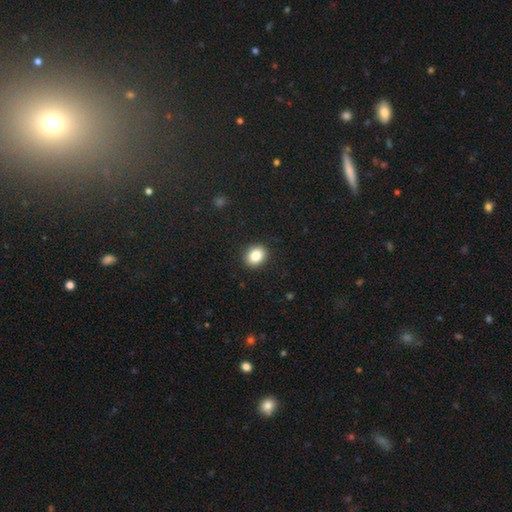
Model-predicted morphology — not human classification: Smooth or featured?
  - smooth: 85% *
  - star or artifact: 9%
  - featured or disk: 6%
How rounded?
  - round: 54% *
  - in between: 45%
  - cigar-shaped: 1%
Merging?
  - none: 90% *
  - minor disturbance: 7%
  - major disturbance: 2%
  - merger: 1%